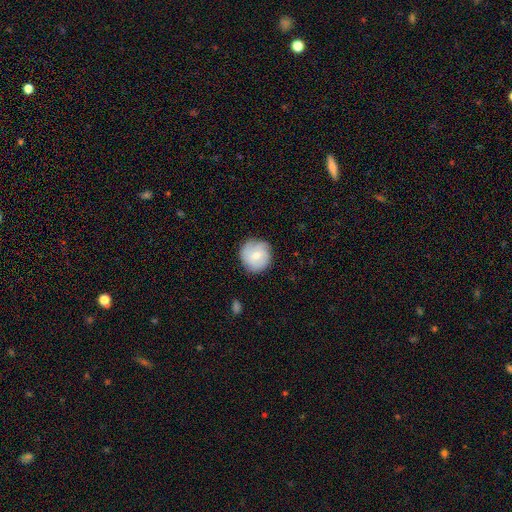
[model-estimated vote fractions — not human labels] A smooth galaxy with no disk features (56%) that is round (92%). Merging: none (78%).